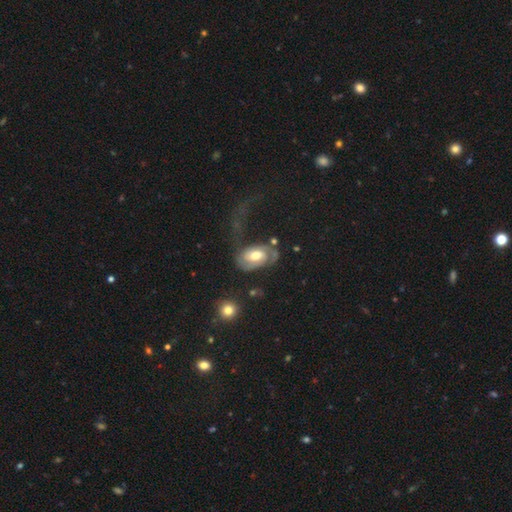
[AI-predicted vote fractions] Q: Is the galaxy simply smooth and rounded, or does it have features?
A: featured or disk — 68%.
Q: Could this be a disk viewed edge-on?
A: no — 95%.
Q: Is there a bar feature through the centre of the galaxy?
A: no — 56%.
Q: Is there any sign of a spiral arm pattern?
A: yes — 84%.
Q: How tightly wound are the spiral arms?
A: tight — 42%.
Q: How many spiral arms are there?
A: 2 — 54%.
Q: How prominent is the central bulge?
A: moderate — 69%.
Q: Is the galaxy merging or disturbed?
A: major disturbance — 39%.